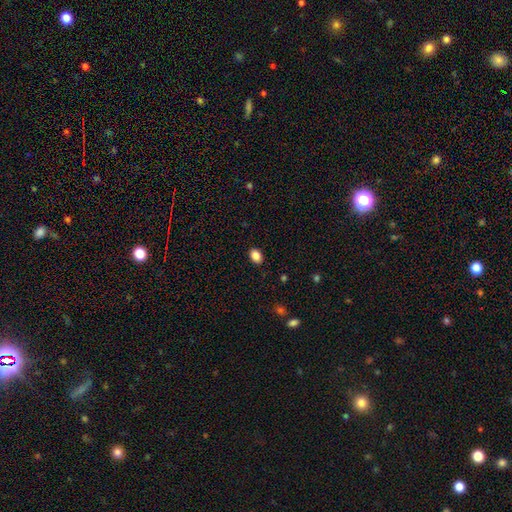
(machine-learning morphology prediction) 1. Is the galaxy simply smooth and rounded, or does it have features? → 87% smooth, 9% star or artifact, 4% featured or disk.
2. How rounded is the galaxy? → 78% in between, 21% round, 1% cigar-shaped.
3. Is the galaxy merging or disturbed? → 89% none, 8% minor disturbance, 2% major disturbance, 1% merger.